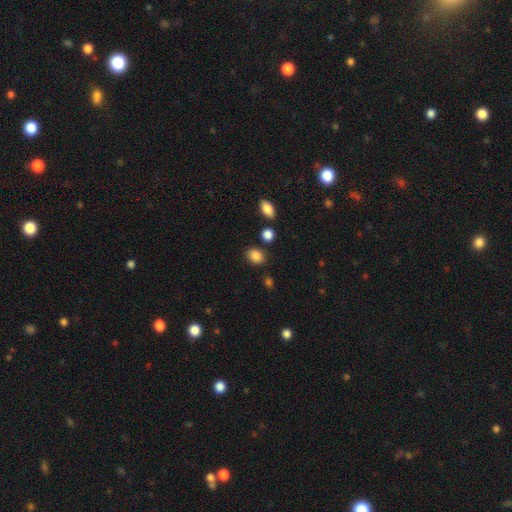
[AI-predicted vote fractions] Smooth or featured? smooth (86%)
How rounded? in between (54%)
Merging? none (82%)